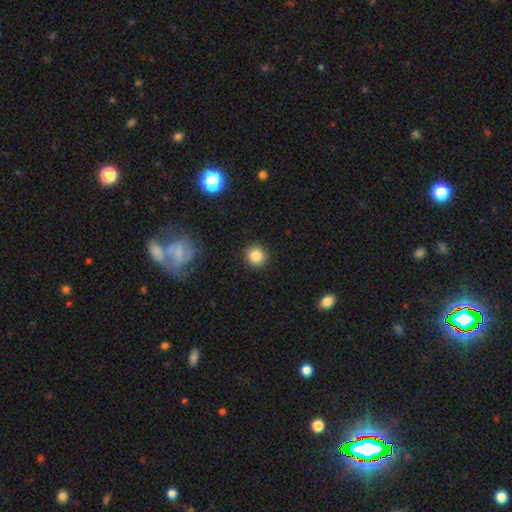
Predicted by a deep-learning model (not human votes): smooth 85%, star or artifact 10%, featured or disk 5%. Down the decision tree: how rounded — round (92%); merging — none (91%).